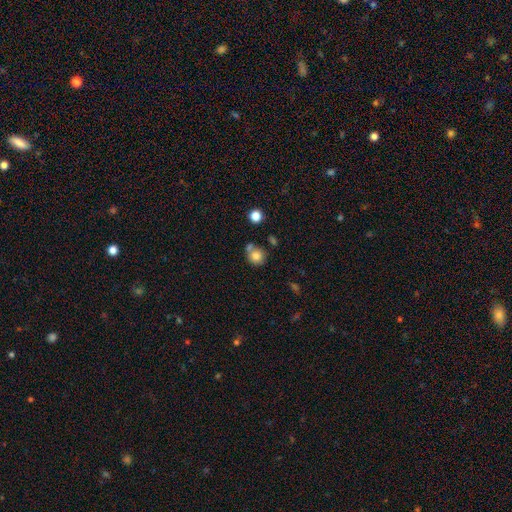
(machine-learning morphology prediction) A smooth galaxy with no disk features (79%) that is round (86%). Merging: none (57%).